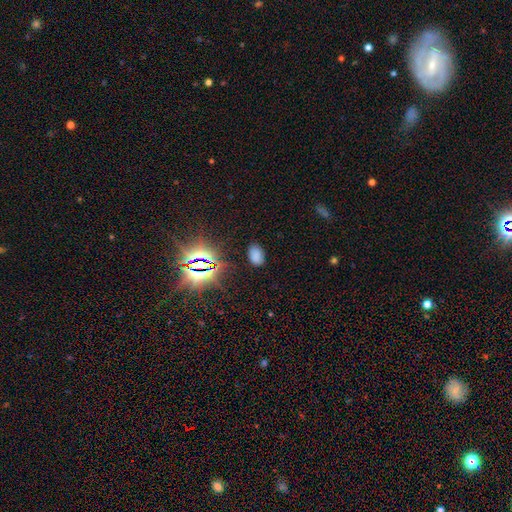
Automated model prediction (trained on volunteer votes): Q: Smooth or featured?
A: smooth (66%); runner-up: star or artifact (26%)
Q: How rounded?
A: in between (90%); runner-up: round (8%)
Q: Merging?
A: none (79%); runner-up: minor disturbance (15%)